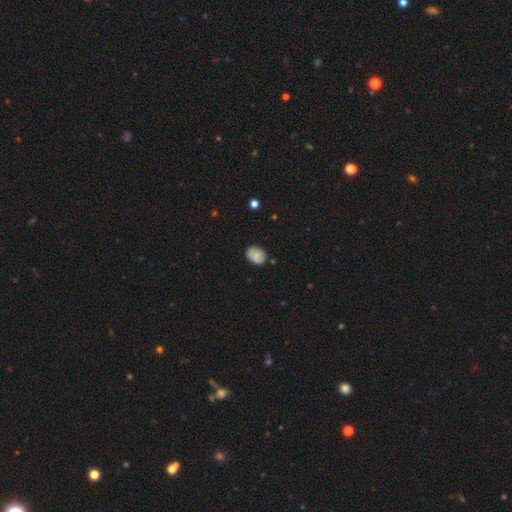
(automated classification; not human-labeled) Q: Smooth or featured?
A: smooth (75%); runner-up: featured or disk (16%)
Q: How rounded?
A: in between (67%); runner-up: round (32%)
Q: Merging?
A: none (73%); runner-up: minor disturbance (20%)